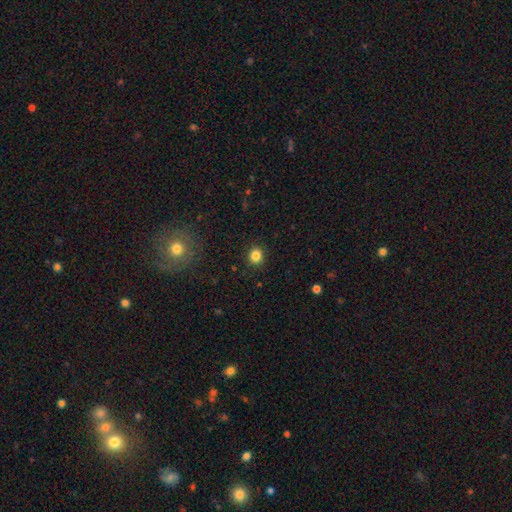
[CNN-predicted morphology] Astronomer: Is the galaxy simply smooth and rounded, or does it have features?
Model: smooth — 84%.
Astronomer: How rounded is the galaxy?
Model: round — 86%.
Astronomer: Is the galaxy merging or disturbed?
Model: none — 91%.